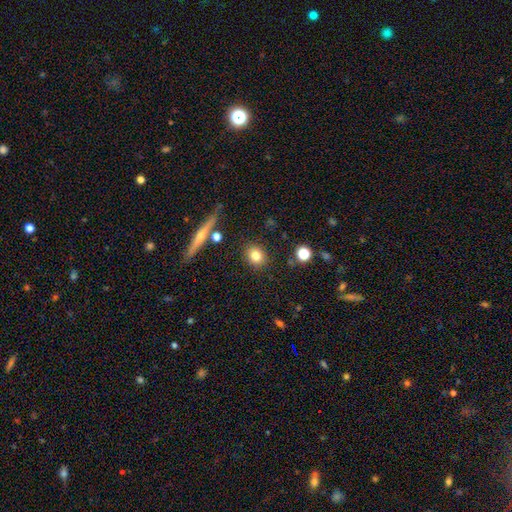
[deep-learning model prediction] This is likely a smooth galaxy (79%). How rounded: likely round (75%). Merging: clearly none (87%).